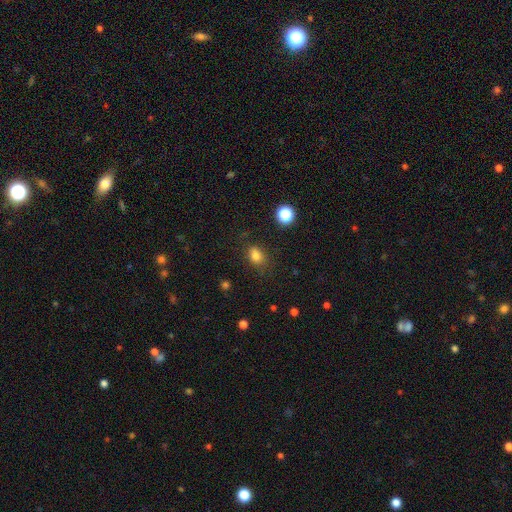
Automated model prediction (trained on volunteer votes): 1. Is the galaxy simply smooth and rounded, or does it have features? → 79% smooth, 14% star or artifact, 7% featured or disk.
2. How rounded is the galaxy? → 65% in between, 34% round, 2% cigar-shaped.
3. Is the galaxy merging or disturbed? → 69% none, 20% minor disturbance, 6% major disturbance, 5% merger.